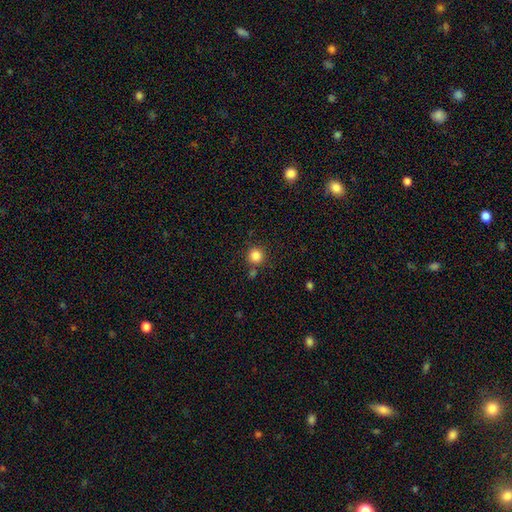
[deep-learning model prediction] This is clearly a smooth galaxy (84%). How rounded: clearly round (94%). Merging: clearly none (80%).